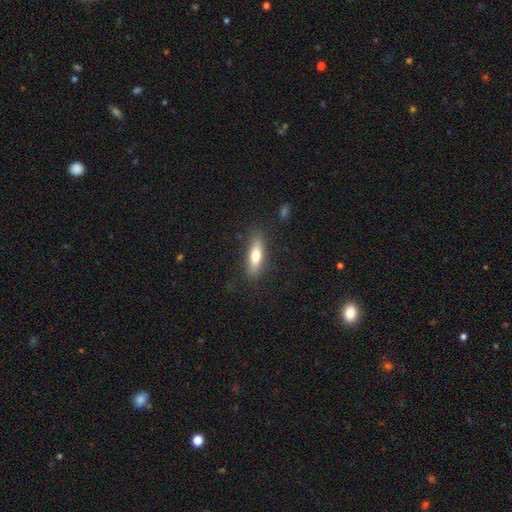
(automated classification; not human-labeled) Smooth or featured: smooth — 69% (featured or disk — 24%)
How rounded: cigar-shaped — 51% (in between — 47%)
Merging: none — 84% (minor disturbance — 12%)